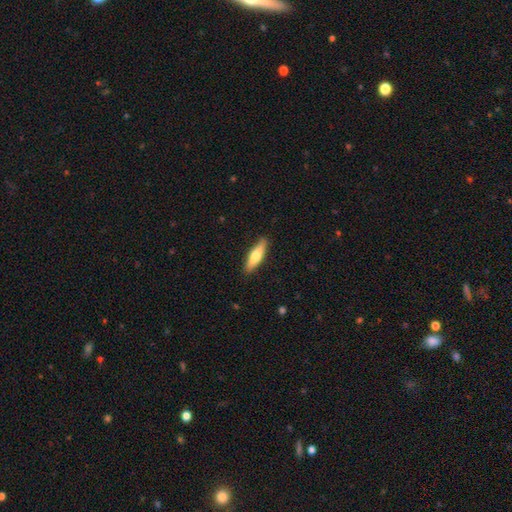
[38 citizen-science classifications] Q: Smooth or featured?
A: smooth (68%); runner-up: featured or disk (29%)
Q: How rounded?
A: cigar-shaped (77%); runner-up: in between (19%)
Q: Merging?
A: none (81%); runner-up: minor disturbance (14%)